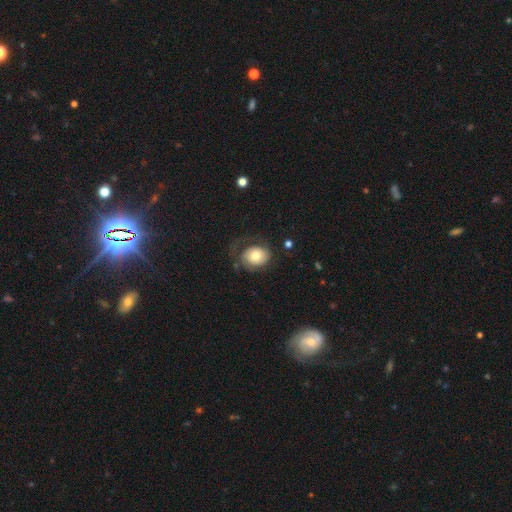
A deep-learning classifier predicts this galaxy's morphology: Overall: smooth (57%; featured or disk 35%). How rounded: round (56%; in between 43%). Merging: none (48%; major disturbance 29%).